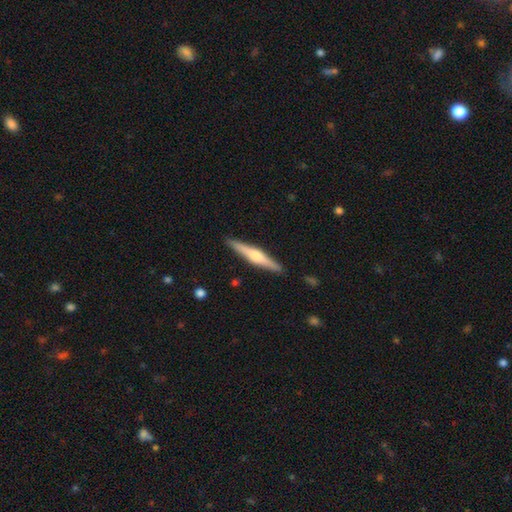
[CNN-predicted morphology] A featured or disk galaxy (66%) viewed edge-on (98%) with a rounded central bulge (85%).

Vote fractions:
- Smooth or featured? featured or disk: 66% / smooth: 29% / star or artifact: 5%
- Edge-on disk? yes: 98% / no: 2%
- Edge-on bulge? rounded: 85% / boxy: 10% / none: 6%
- Merging? none: 91% / minor disturbance: 7% / major disturbance: 1% / merger: 1%